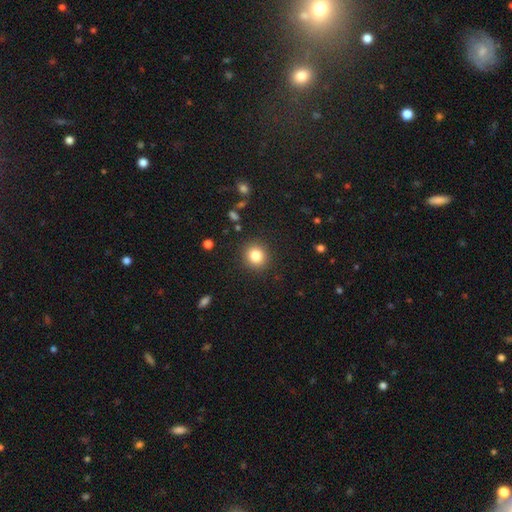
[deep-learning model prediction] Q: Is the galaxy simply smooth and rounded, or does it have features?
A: smooth — 82%.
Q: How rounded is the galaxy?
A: round — 88%.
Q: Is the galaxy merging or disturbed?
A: none — 90%.